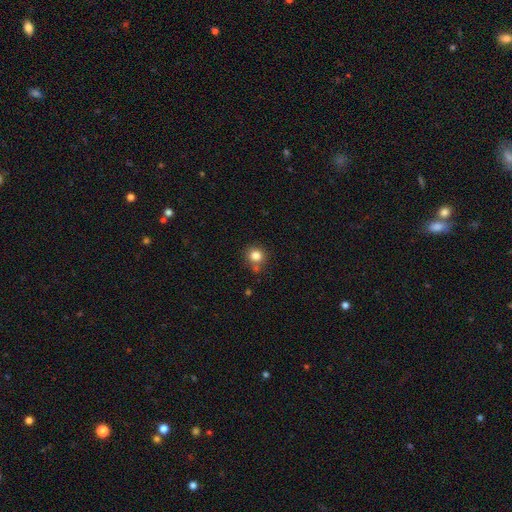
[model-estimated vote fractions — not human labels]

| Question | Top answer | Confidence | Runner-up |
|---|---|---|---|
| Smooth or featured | smooth | 83% | star or artifact (12%) |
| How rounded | round | 86% | in between (13%) |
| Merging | none | 72% | minor disturbance (14%) |